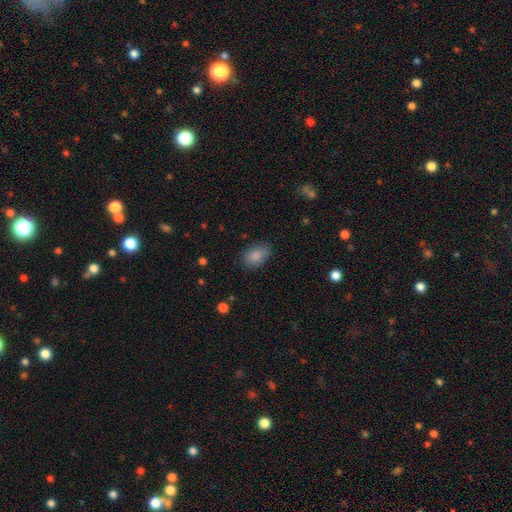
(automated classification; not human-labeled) Overall: smooth (86%). How rounded: in between (88%). Merging: none (83%).